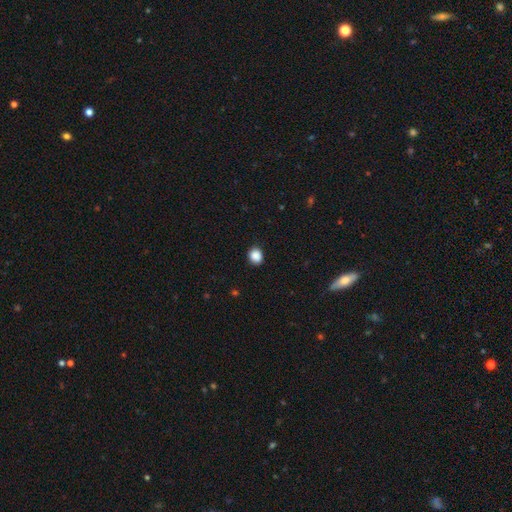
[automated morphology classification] smooth 89%, star or artifact 9%, featured or disk 2%. Down the decision tree: how rounded — round (74%); merging — none (89%).